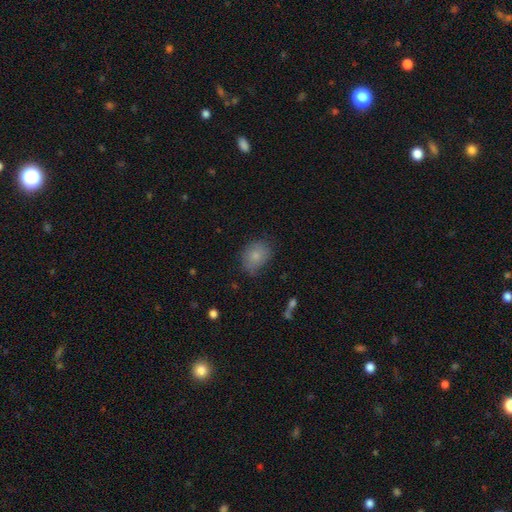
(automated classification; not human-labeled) Smooth or featured: smooth — 81% (featured or disk — 11%)
How rounded: in between — 55% (round — 44%)
Merging: none — 69% (minor disturbance — 23%)